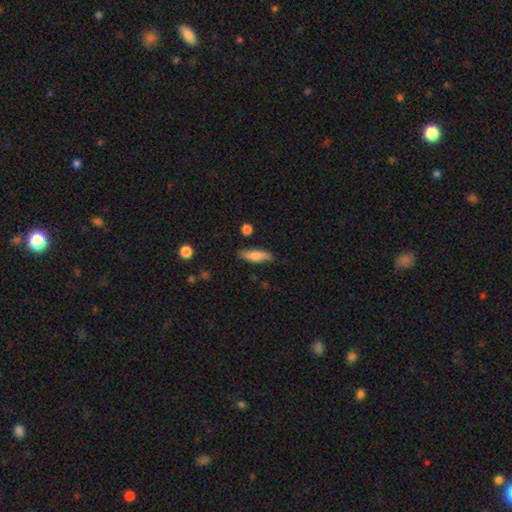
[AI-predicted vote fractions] Morphology: type=smooth (73%); roundness=cigar-shaped (58%); merging=none (81%).